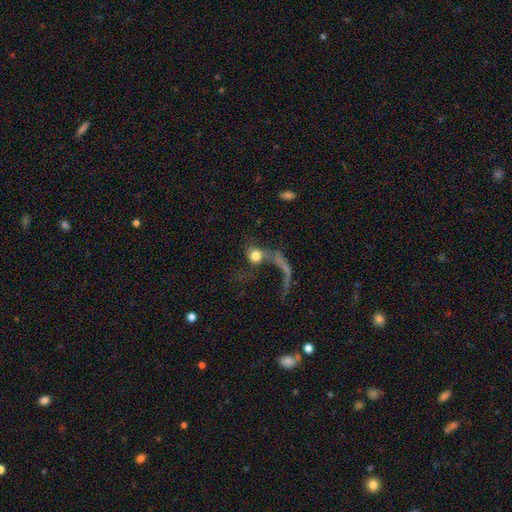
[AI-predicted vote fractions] smooth 57%, featured or disk 31%, star or artifact 11%. Down the decision tree: how rounded — round (75%); merging — major disturbance (41%).